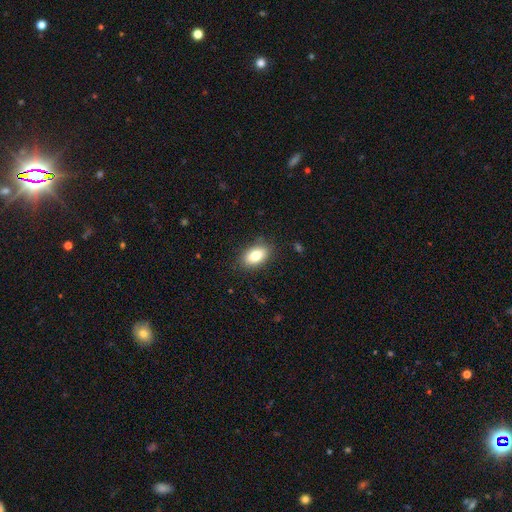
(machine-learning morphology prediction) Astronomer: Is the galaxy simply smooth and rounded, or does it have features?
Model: smooth — 81%.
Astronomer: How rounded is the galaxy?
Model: in between — 89%.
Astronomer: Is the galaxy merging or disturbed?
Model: none — 85%.